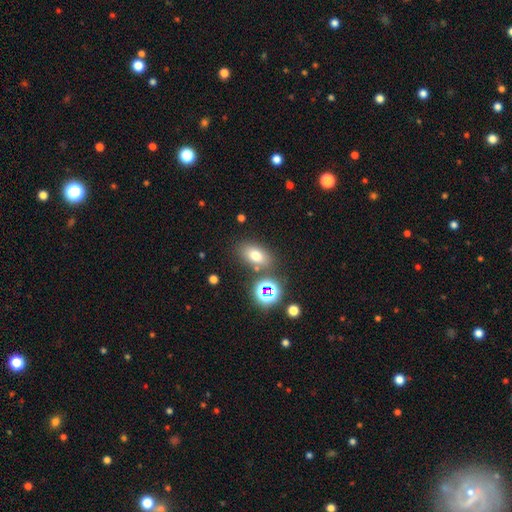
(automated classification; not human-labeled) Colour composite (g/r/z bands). It shows a smooth galaxy with no disk features (70%) that is in between round and cigar-shaped (78%). Merging: none (75%).